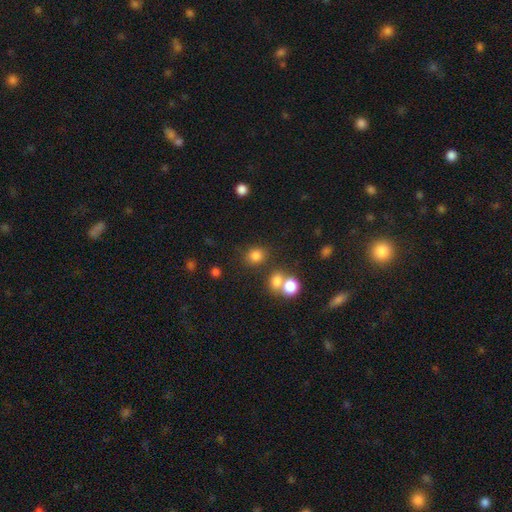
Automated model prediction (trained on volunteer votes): A smooth galaxy with no disk features (80%) that is round (73%). Merging: none (71%).